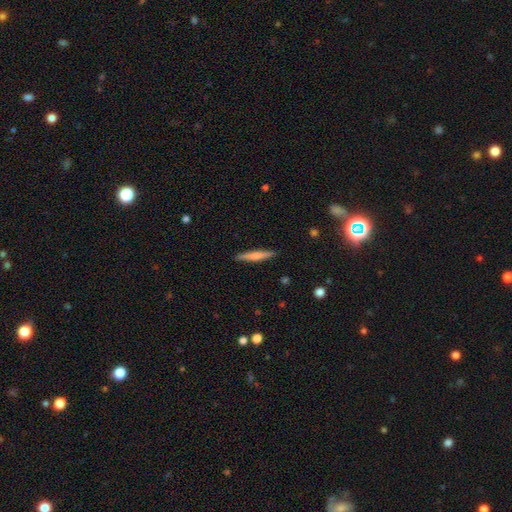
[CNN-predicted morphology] This is likely a smooth galaxy (64%). How rounded: clearly cigar-shaped (93%). Merging: clearly none (90%).